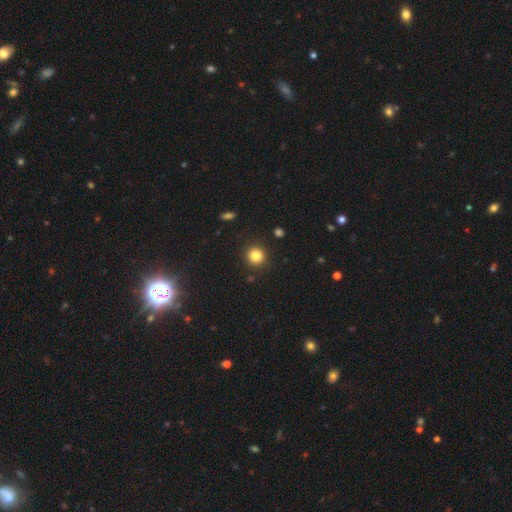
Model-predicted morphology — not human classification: smooth-or-featured: smooth: 84% | star or artifact: 12% | featured or disk: 4%
  how-rounded: round: 92% | in between: 7% | cigar-shaped: 1%
  merging: none: 90% | minor disturbance: 6% | major disturbance: 2% | merger: 2%